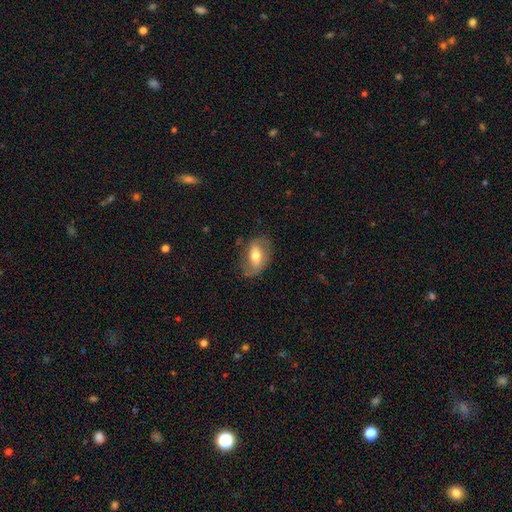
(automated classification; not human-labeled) The model was most divided on "smooth or featured": featured or disk: 47%, smooth: 46%, star or artifact: 7%. More confident: merging — none (70%).